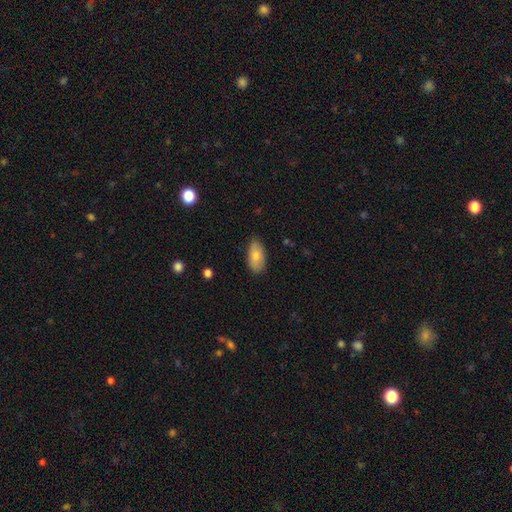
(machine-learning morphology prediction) Smooth or featured?
  - smooth: 77% *
  - featured or disk: 16%
  - star or artifact: 7%
How rounded?
  - in between: 92% *
  - cigar-shaped: 4%
  - round: 4%
Merging?
  - none: 80% *
  - minor disturbance: 16%
  - major disturbance: 3%
  - merger: 1%